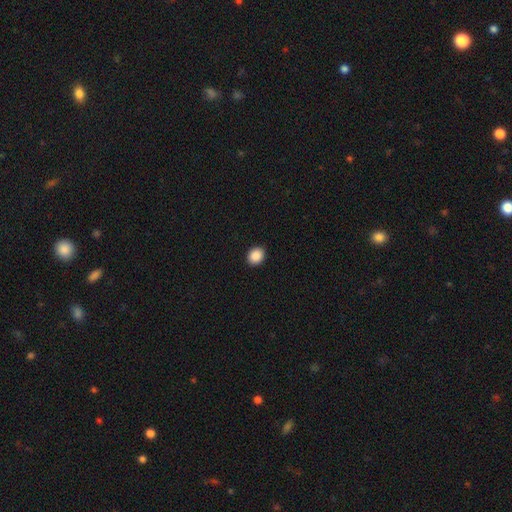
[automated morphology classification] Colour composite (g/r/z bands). It shows a smooth galaxy with no disk features (89%) that is round (57%). Merging: none (91%).